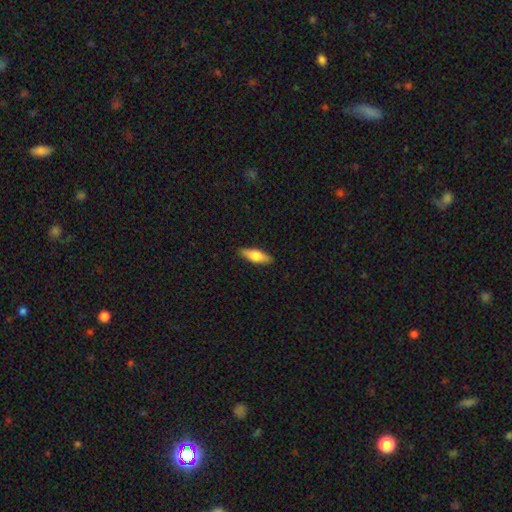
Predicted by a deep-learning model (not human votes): Q: Smooth or featured?
A: smooth (67%); runner-up: featured or disk (27%)
Q: How rounded?
A: in between (59%); runner-up: cigar-shaped (39%)
Q: Merging?
A: none (89%); runner-up: minor disturbance (8%)